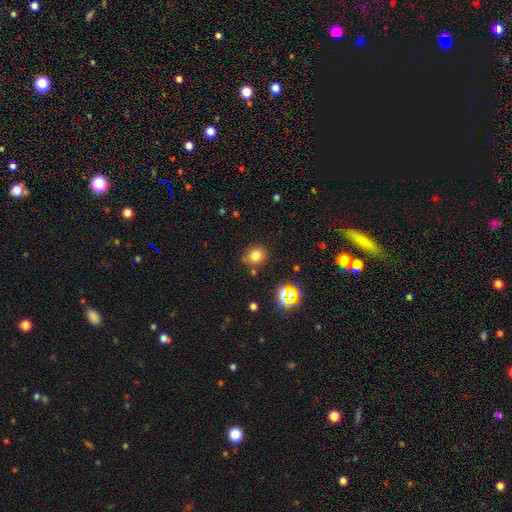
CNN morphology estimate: A smooth galaxy with no disk features (75%) that is round (85%).

Vote fractions:
- Smooth or featured? smooth: 75% / star or artifact: 18% / featured or disk: 7%
- How rounded? round: 85% / in between: 14% / cigar-shaped: 1%
- Merging? none: 75% / minor disturbance: 14% / merger: 7% / major disturbance: 4%